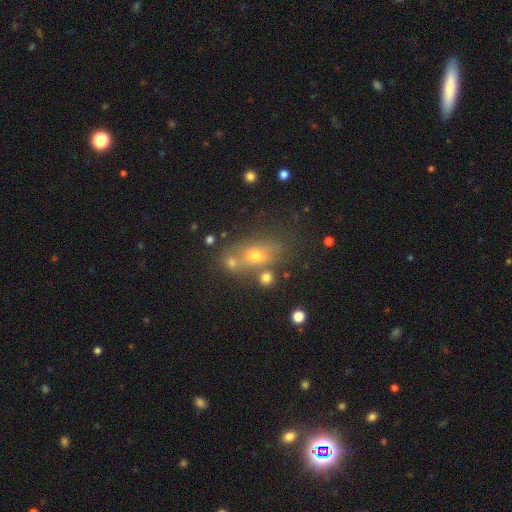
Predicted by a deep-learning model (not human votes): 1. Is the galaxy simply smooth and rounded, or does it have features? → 55% smooth, 27% featured or disk, 18% star or artifact.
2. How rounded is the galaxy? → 64% in between, 27% round, 10% cigar-shaped.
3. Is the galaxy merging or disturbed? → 51% none, 28% merger, 14% minor disturbance, 7% major disturbance.